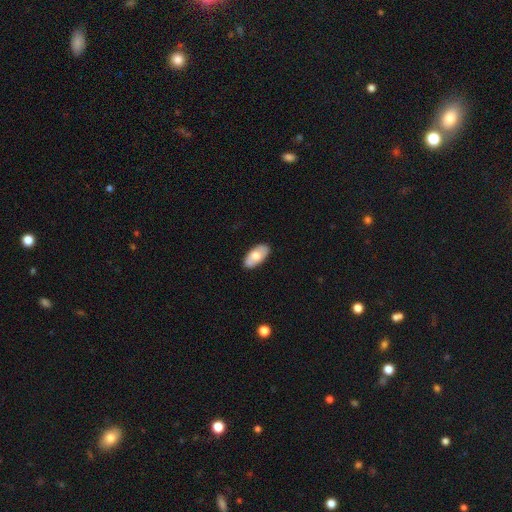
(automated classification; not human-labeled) This is likely a smooth galaxy (65%). How rounded: clearly in between (94%). Merging: clearly none (87%).